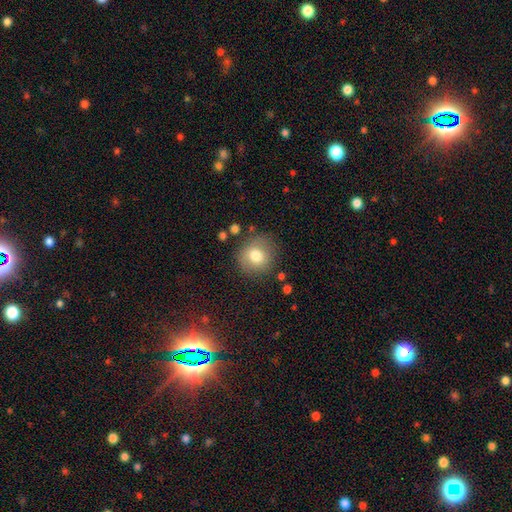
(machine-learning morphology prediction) This is likely a smooth galaxy (78%). How rounded: clearly round (89%). Merging: clearly none (82%).